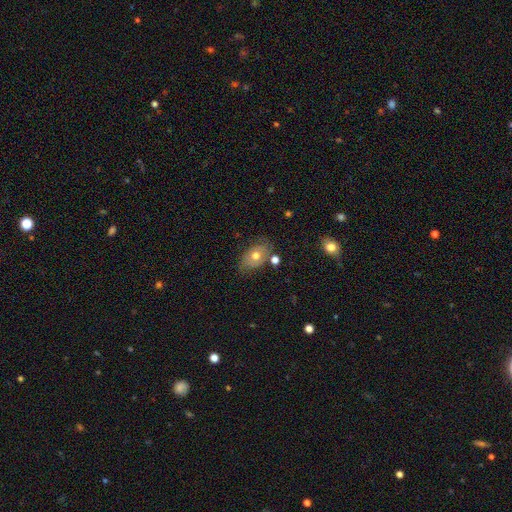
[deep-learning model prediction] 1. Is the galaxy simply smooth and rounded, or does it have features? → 56% smooth, 35% featured or disk, 9% star or artifact.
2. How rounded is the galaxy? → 79% in between, 19% round, 1% cigar-shaped.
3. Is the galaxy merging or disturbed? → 61% none, 24% minor disturbance, 8% major disturbance, 7% merger.